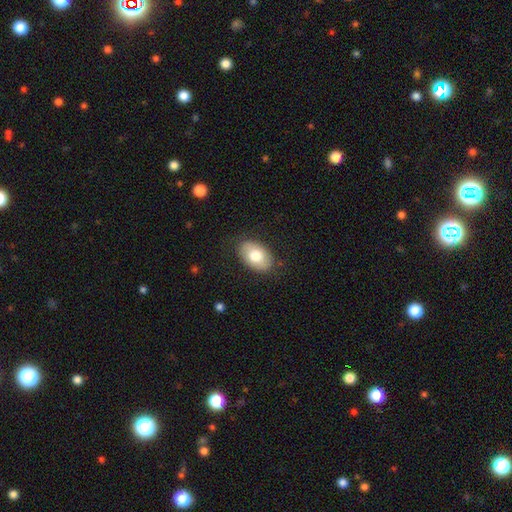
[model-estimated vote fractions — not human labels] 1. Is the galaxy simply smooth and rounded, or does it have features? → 74% smooth, 19% featured or disk, 6% star or artifact.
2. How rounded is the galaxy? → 89% in between, 10% round, 1% cigar-shaped.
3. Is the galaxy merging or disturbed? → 83% none, 13% minor disturbance, 4% major disturbance, 1% merger.